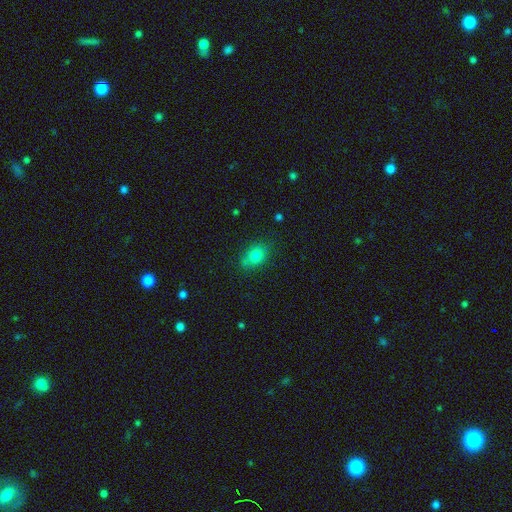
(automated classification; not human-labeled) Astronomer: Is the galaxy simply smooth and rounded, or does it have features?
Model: smooth — 80%.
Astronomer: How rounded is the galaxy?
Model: in between — 71%.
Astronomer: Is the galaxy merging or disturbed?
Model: none — 75%.